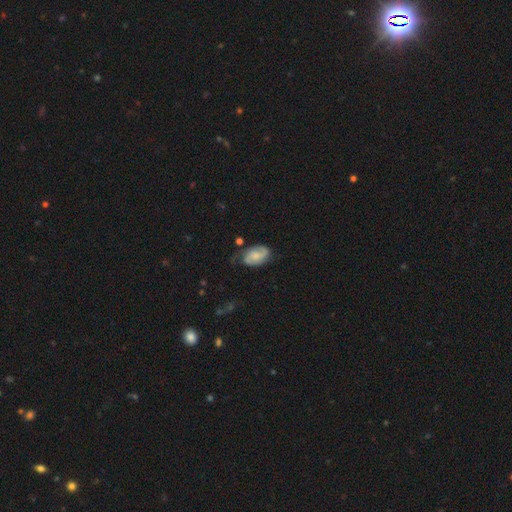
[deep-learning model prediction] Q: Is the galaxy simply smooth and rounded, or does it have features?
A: featured or disk — 57%.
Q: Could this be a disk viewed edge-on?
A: no — 96%.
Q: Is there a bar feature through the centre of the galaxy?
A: no — 60%.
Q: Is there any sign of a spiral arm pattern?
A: yes — 89%.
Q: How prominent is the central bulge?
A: small — 40%.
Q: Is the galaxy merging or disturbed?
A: none — 61%.